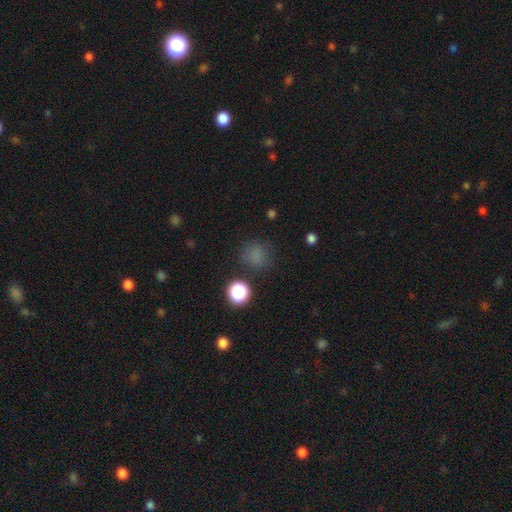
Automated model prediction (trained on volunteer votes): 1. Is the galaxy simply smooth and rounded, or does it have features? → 75% smooth, 20% star or artifact, 5% featured or disk.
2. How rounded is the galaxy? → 87% round, 12% in between, 1% cigar-shaped.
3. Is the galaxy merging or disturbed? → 79% none, 13% minor disturbance, 5% major disturbance, 3% merger.